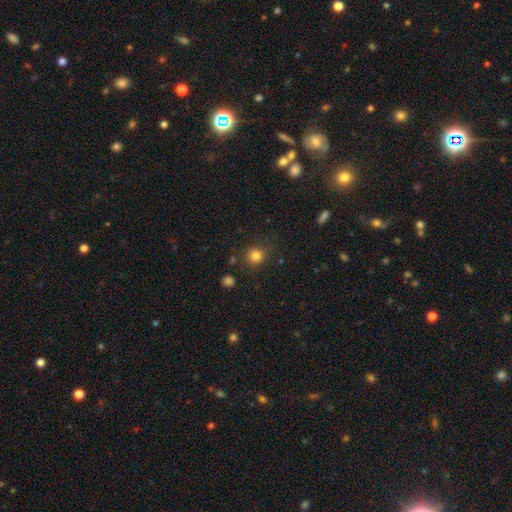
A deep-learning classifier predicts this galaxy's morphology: type=smooth (82%); roundness=round (89%); merging=none (83%).